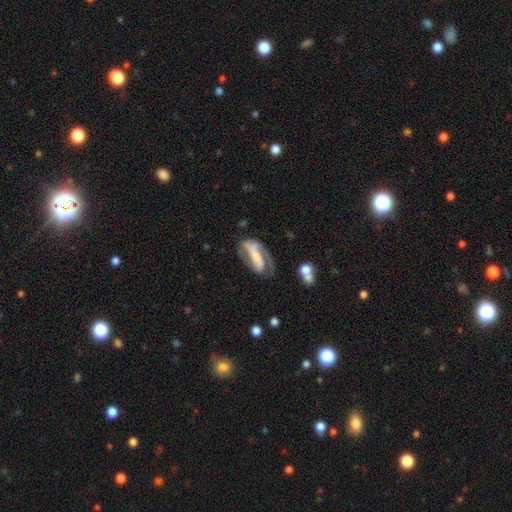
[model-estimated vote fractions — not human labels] featured or disk 81%, smooth 14%, star or artifact 5%. Down the decision tree: edge-on disk — no (94%); bar — strong (58%); spiral arms — yes (91%); spiral arm count — 2 (83%); spiral winding — medium (46%); bulge size — small (47%); merging — none (61%).